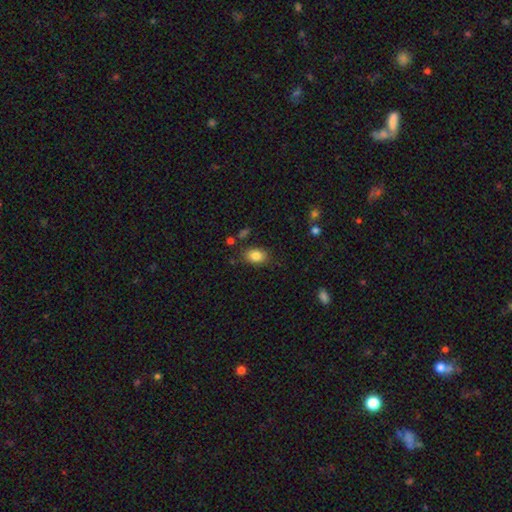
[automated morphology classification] smooth 85%, star or artifact 9%, featured or disk 6%. Down the decision tree: how rounded — in between (82%); merging — none (79%).